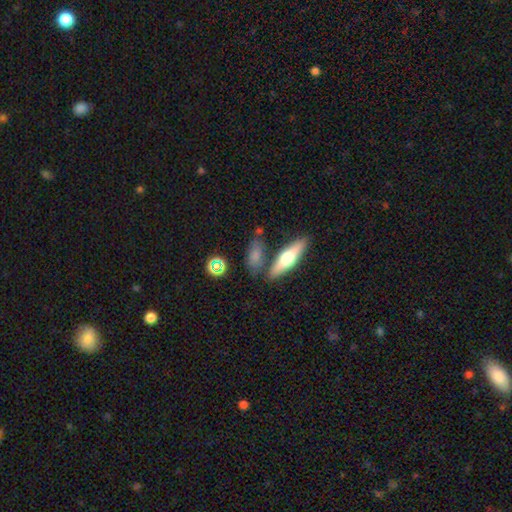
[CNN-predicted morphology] Overall: smooth (64%; featured or disk 25%). How rounded: in between (61%; cigar-shaped 28%). Merging: none (68%).